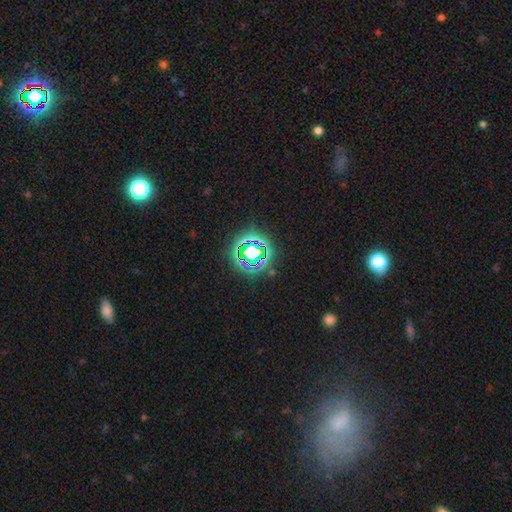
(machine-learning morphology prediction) smooth-or-featured: star or artifact: 75% | smooth: 16% | featured or disk: 9%